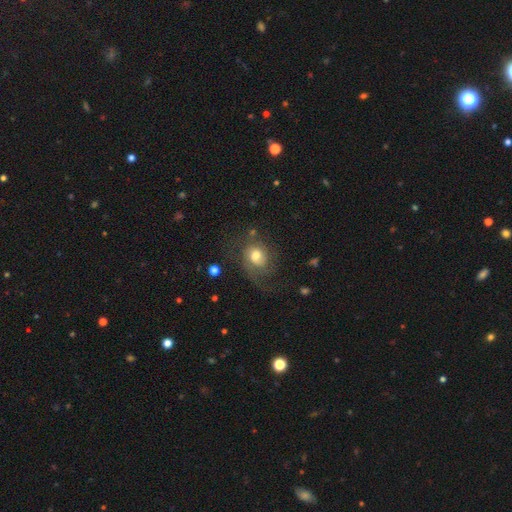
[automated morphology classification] Smooth or featured? featured or disk (51%)
Edge-on disk? no (96%)
Merging? none (48%)